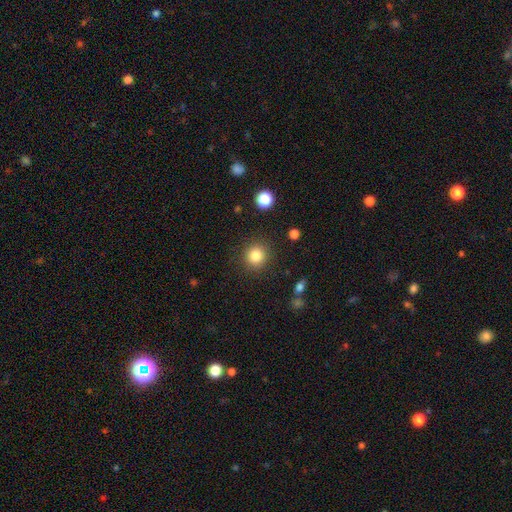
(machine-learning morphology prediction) The model was most divided on "smooth or featured": smooth: 83%, star or artifact: 11%, featured or disk: 6%. More confident: how rounded — round (91%); merging — none (89%).